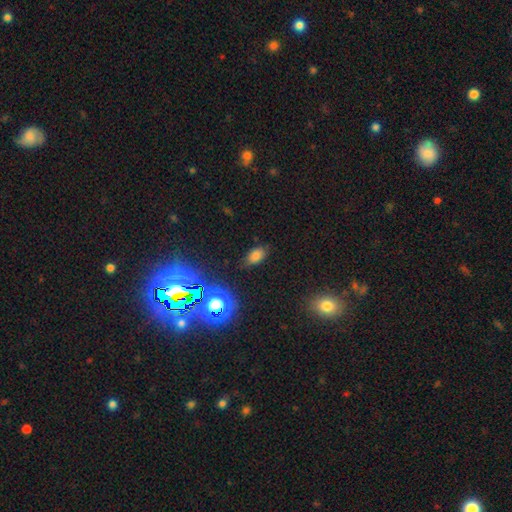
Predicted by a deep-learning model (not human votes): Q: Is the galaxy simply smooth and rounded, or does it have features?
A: smooth — 70%.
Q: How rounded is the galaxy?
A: in between — 88%.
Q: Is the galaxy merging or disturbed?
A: none — 79%.